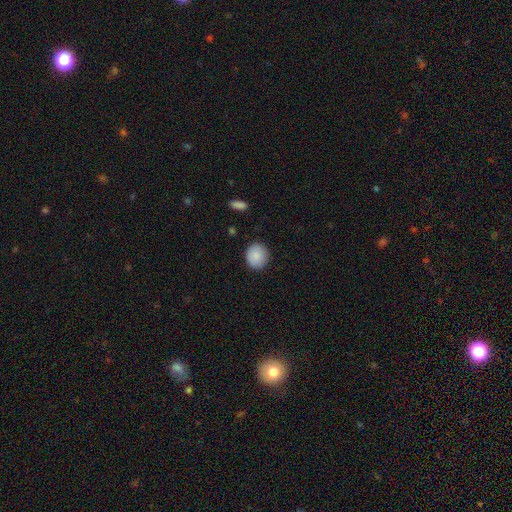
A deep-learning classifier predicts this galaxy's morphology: This appears to be a smooth galaxy with no disk features (88%) that is round (80%). Merging: none (87%).